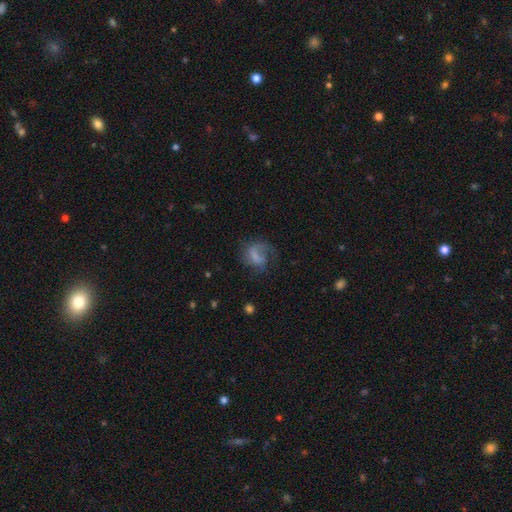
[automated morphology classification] featured or disk 53%, smooth 37%, star or artifact 10%. Down the decision tree: edge-on disk — no (97%); bar — weak (44%); spiral arms — yes (78%); bulge size — none (45%); merging — none (40%).